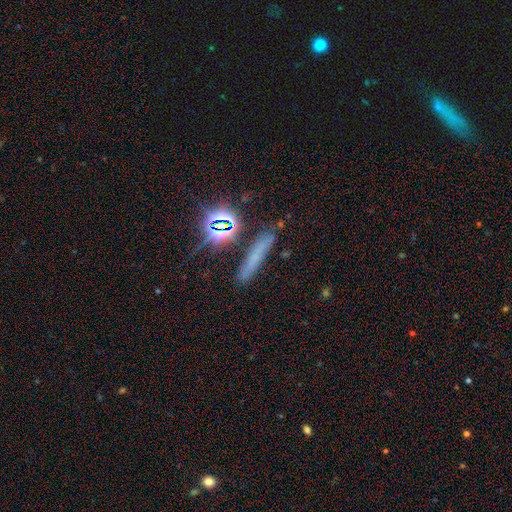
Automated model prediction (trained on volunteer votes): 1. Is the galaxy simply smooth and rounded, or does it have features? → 48% smooth, 31% star or artifact, 21% featured or disk.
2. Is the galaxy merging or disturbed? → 80% none, 12% minor disturbance, 4% merger, 4% major disturbance.